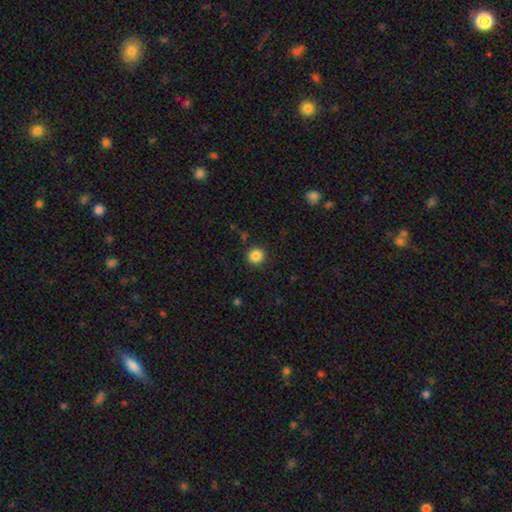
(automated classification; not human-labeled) This is clearly a smooth galaxy (85%). How rounded: clearly round (92%). Merging: clearly none (90%).